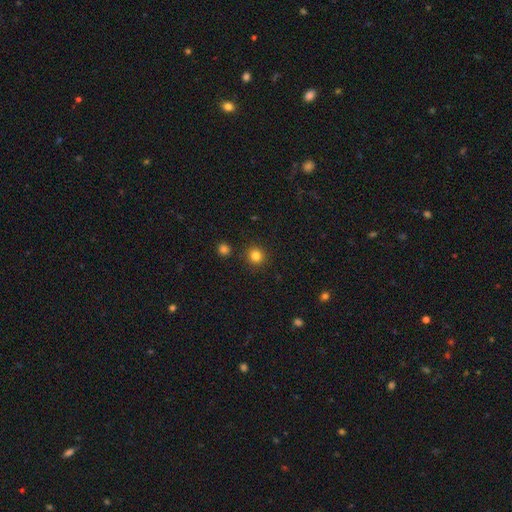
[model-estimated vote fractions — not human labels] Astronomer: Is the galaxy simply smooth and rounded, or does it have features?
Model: smooth — 83%.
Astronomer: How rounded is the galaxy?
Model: round — 93%.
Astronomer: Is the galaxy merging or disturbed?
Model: none — 89%.